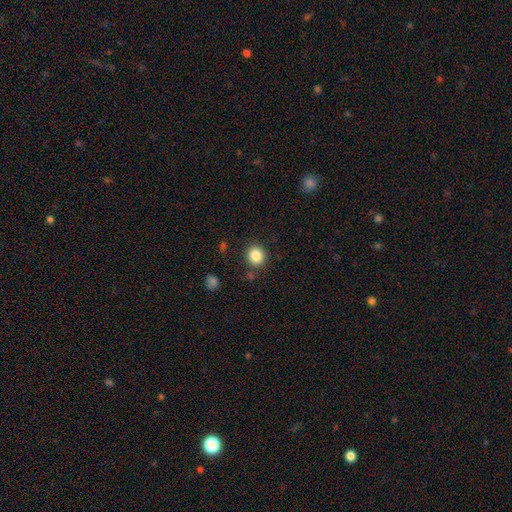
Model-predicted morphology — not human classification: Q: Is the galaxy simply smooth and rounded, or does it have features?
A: smooth — 85%.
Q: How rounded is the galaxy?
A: round — 82%.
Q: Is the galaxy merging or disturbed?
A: none — 86%.